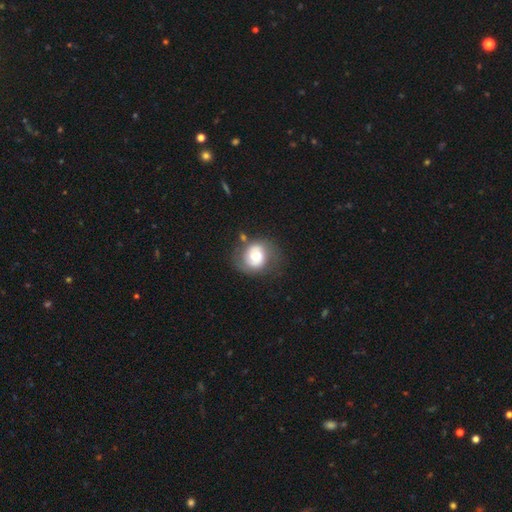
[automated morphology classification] Smooth or featured? Predicted: featured or disk (p=0.48). Merging? Predicted: none (p=0.60).